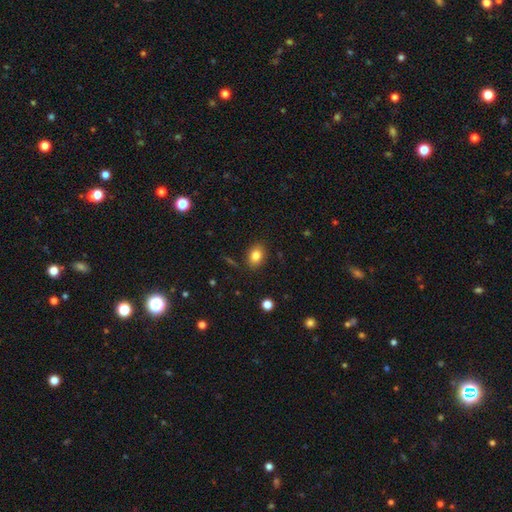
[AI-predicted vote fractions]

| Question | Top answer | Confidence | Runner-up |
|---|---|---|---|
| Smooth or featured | smooth | 82% | star or artifact (10%) |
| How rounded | in between | 74% | round (25%) |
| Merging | none | 86% | minor disturbance (10%) |